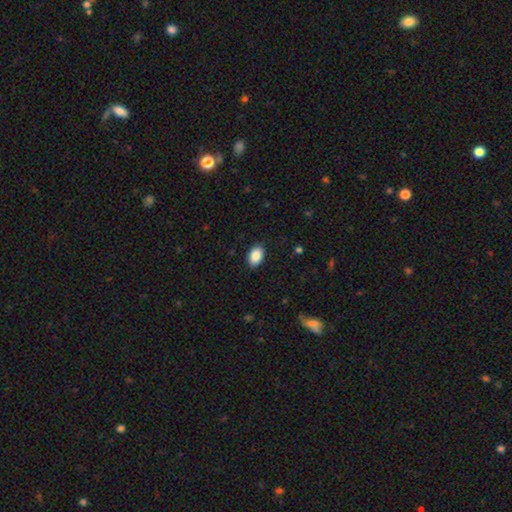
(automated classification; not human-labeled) A smooth galaxy with no disk features (89%) that is in between round and cigar-shaped (92%). Merging: none (89%).